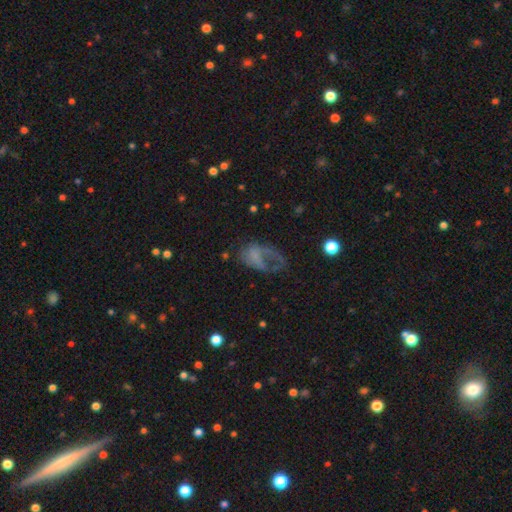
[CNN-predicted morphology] This is marginally a featured or disk galaxy (44%). Merging: possibly major disturbance (53%).